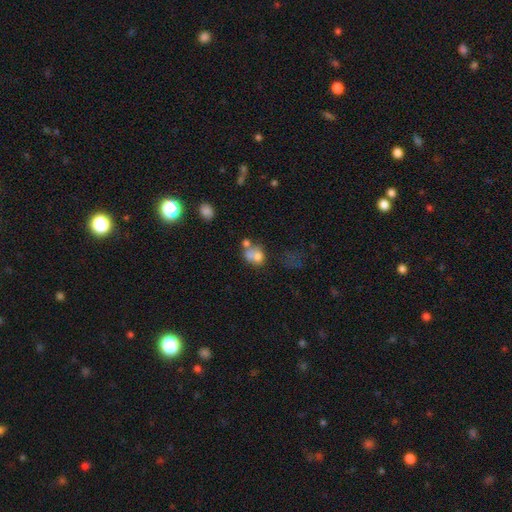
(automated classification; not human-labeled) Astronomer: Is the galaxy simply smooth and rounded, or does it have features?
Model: smooth — 63%.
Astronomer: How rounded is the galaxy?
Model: in between — 50% (runner-up: round, 48%).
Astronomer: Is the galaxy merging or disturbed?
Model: merger — 51%.